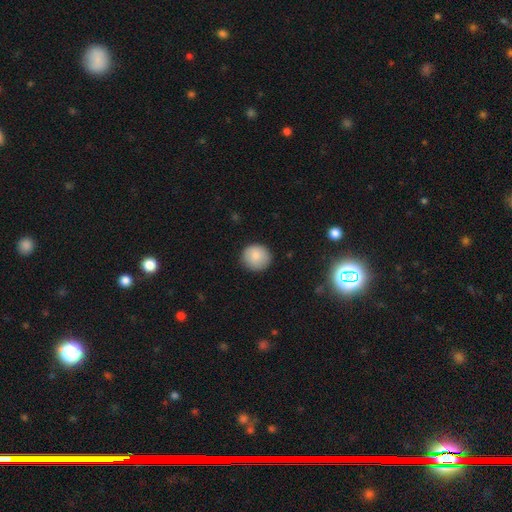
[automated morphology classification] The model was most divided on "smooth or featured": smooth: 85%, star or artifact: 8%, featured or disk: 7%. More confident: how rounded — round (90%); merging — none (88%).